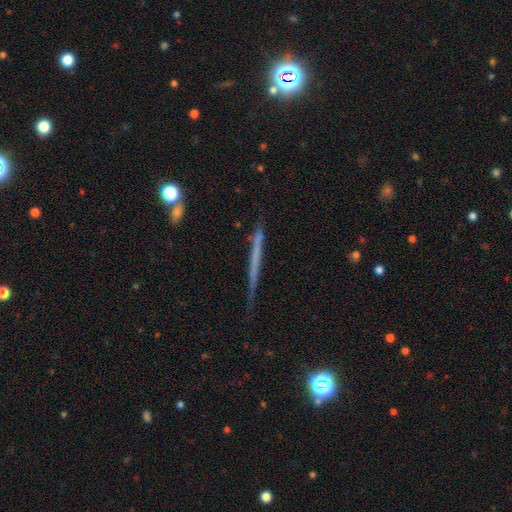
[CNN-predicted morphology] This is possibly a featured or disk galaxy (52%). It is clearly viewed edge-on (96%). Edge-on bulge: clearly none (92%). Merging: clearly none (83%).